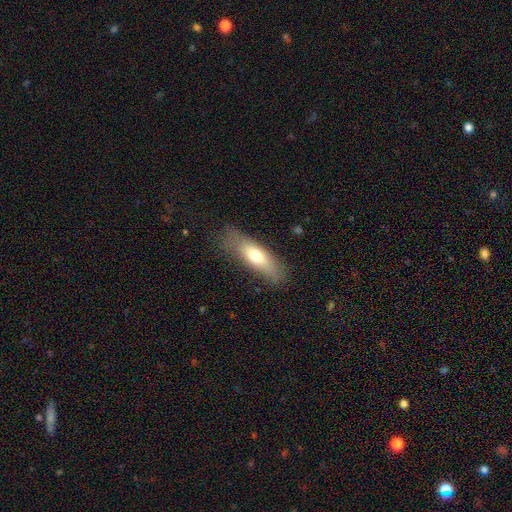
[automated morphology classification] smooth 65%, featured or disk 28%, star or artifact 7%. Down the decision tree: how rounded — in between (51%); merging — none (76%).